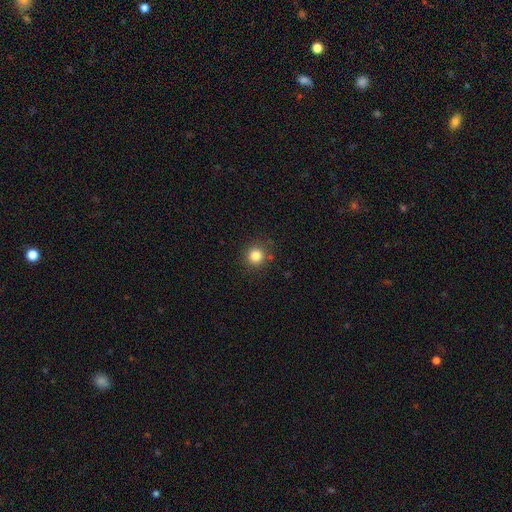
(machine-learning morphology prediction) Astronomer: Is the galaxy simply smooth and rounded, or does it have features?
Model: smooth — 83%.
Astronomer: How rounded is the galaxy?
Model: round — 93%.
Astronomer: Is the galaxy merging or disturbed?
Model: none — 87%.